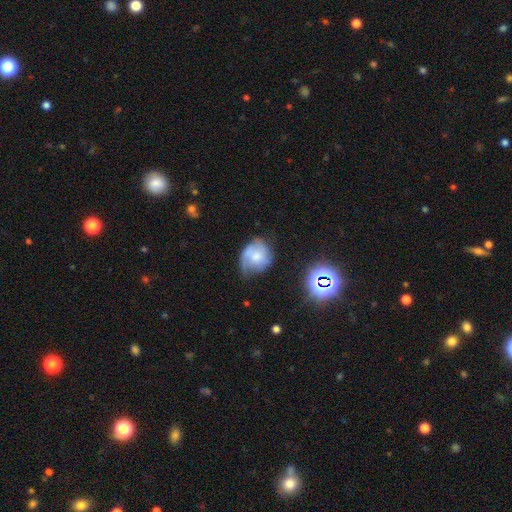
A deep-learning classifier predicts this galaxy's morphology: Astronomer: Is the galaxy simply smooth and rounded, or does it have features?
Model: smooth — 54% (runner-up: featured or disk, 35%).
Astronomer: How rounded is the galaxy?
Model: round — 67%.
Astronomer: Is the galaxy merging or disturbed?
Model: none — 41% (runner-up: minor disturbance, 39%).